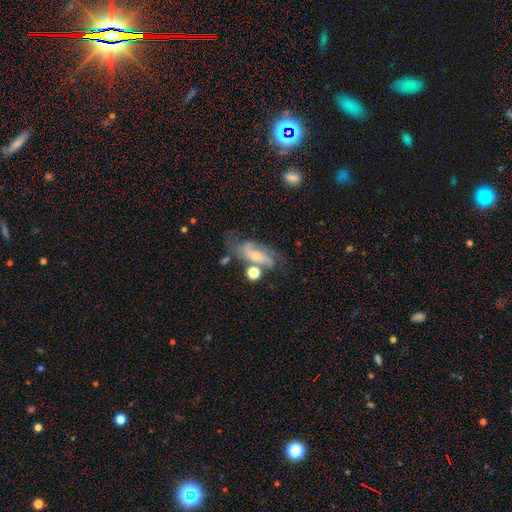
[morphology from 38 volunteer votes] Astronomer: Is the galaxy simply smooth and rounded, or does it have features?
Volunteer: featured or disk — 58% (runner-up: smooth, 34%).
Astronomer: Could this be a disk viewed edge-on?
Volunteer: no — 91%.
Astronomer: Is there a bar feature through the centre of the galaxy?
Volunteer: no — 75%.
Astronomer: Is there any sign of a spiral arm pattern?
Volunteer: yes — 90%.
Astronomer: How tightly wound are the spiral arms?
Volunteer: medium — 39%, tied with loose at 39%.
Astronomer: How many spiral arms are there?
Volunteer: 2 — 78%.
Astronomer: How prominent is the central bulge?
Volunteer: small — 65%.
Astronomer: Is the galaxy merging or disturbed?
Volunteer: none — 51%.